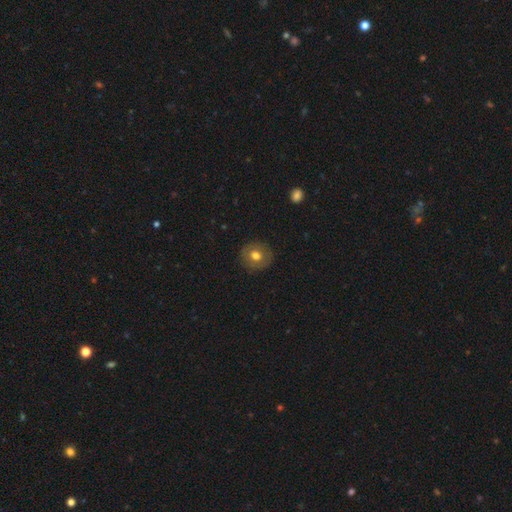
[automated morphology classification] This is likely a smooth galaxy (65%). How rounded: clearly round (88%). Merging: clearly none (88%).